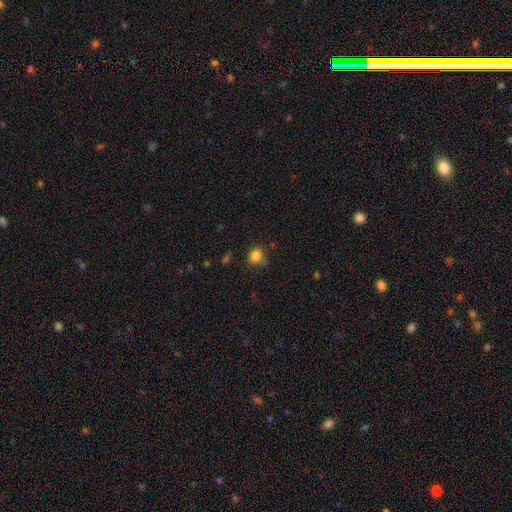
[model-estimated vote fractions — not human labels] Smooth or featured: smooth — 83% (star or artifact — 12%)
How rounded: round — 80% (in between — 19%)
Merging: none — 72% (minor disturbance — 21%)